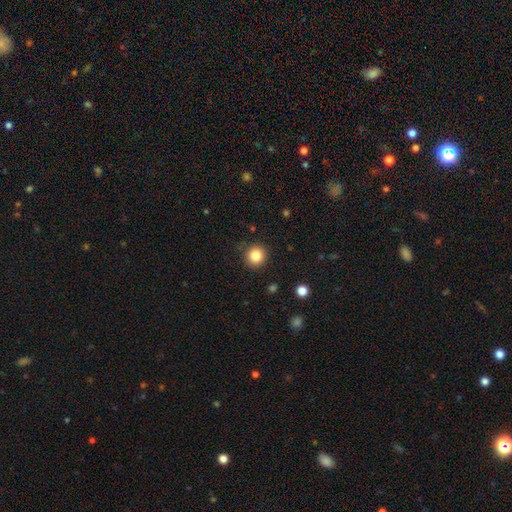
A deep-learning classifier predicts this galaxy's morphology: This is clearly a smooth galaxy (84%). How rounded: clearly round (93%). Merging: clearly none (89%).